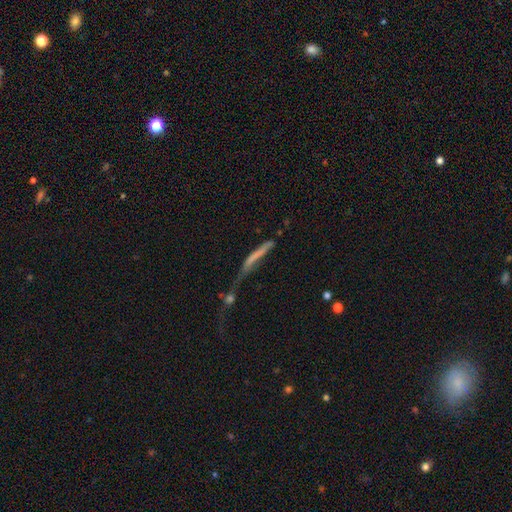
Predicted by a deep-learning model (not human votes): Q: Smooth or featured?
A: smooth (52%); runner-up: featured or disk (37%)
Q: How rounded?
A: cigar-shaped (91%); runner-up: in between (7%)
Q: Merging?
A: merger (33%); runner-up: major disturbance (30%)